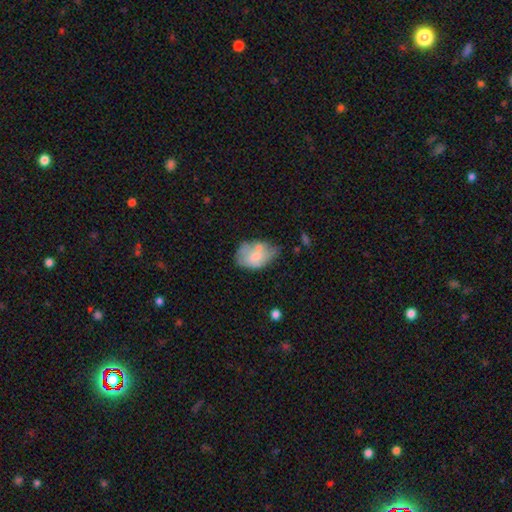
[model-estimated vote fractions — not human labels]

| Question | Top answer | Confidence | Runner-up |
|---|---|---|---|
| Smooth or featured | smooth | 61% | featured or disk (32%) |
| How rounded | in between | 82% | round (17%) |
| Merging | none | 36% | minor disturbance (34%) |